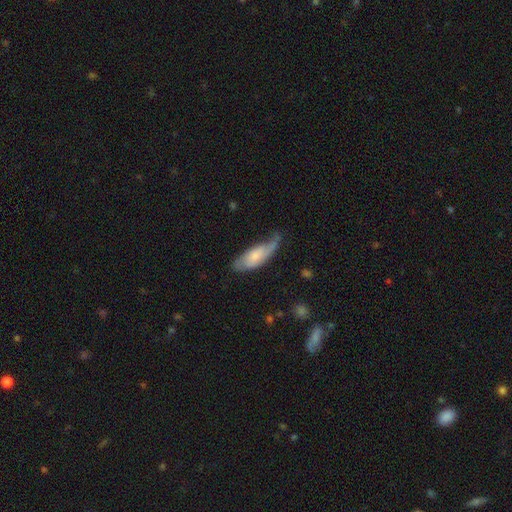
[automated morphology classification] The model was most divided on "merging" (2-way tie): none: 39%, minor disturbance: 39%, major disturbance: 19%, merger: 3%. More confident: how rounded — in between (70%); smooth or featured — smooth (56%).